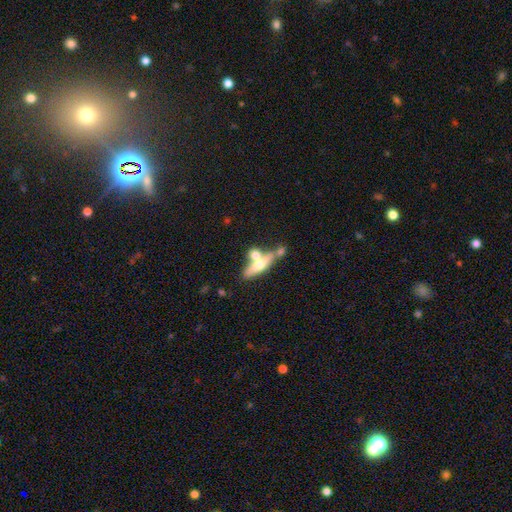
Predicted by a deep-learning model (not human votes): Smooth or featured: smooth — 52% (featured or disk — 41%)
How rounded: cigar-shaped — 50% (in between — 41%)
Merging: merger — 43% (none — 39%)